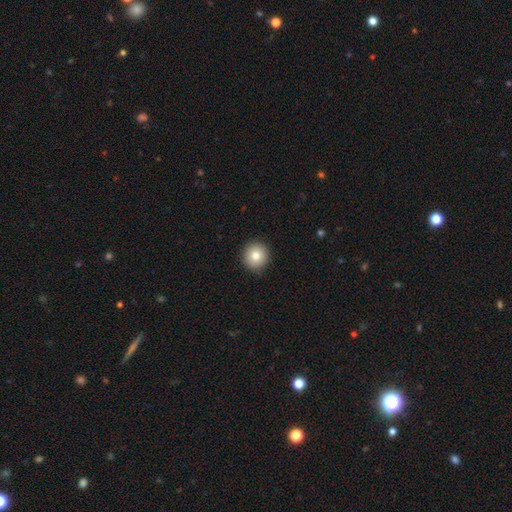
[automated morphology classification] Smooth or featured: smooth — 79% (featured or disk — 11%)
How rounded: round — 94% (in between — 5%)
Merging: none — 91% (minor disturbance — 6%)